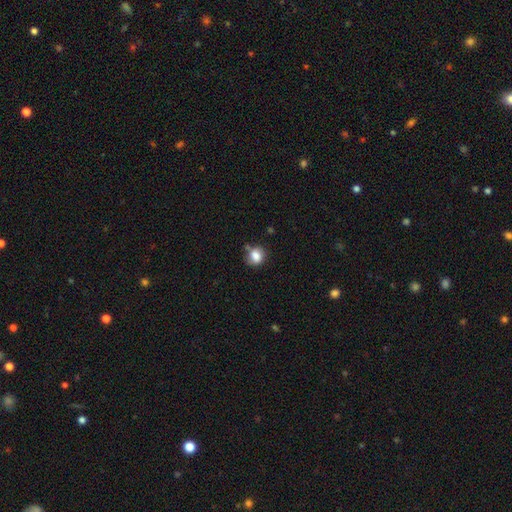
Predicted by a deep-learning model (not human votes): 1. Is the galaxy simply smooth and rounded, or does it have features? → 82% smooth, 10% star or artifact, 8% featured or disk.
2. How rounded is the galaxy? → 66% round, 33% in between, 1% cigar-shaped.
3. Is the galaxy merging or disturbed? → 60% none, 24% minor disturbance, 9% merger, 7% major disturbance.